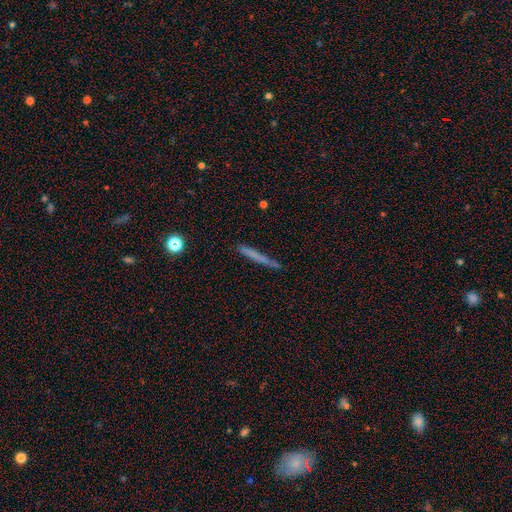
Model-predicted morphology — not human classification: Overall: smooth (62%; featured or disk 29%). How rounded: cigar-shaped (96%). Merging: none (78%).